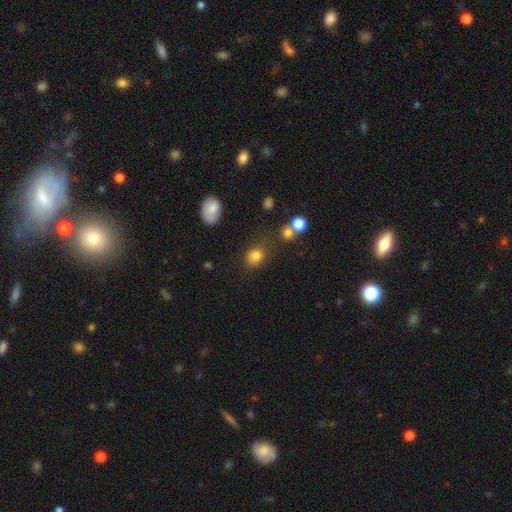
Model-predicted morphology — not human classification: This appears to be a smooth galaxy with no disk features (81%) that is round (57%). Merging: none (70%).